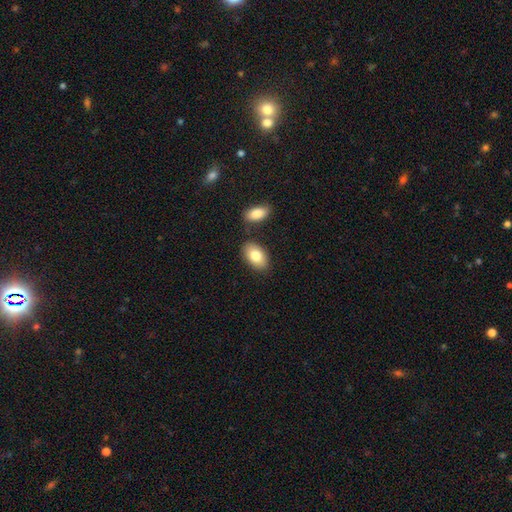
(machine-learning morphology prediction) smooth-or-featured: smooth: 82% | featured or disk: 12% | star or artifact: 6%
  how-rounded: in between: 93% | round: 6% | cigar-shaped: 1%
  merging: none: 79% | minor disturbance: 10% | merger: 8% | major disturbance: 2%